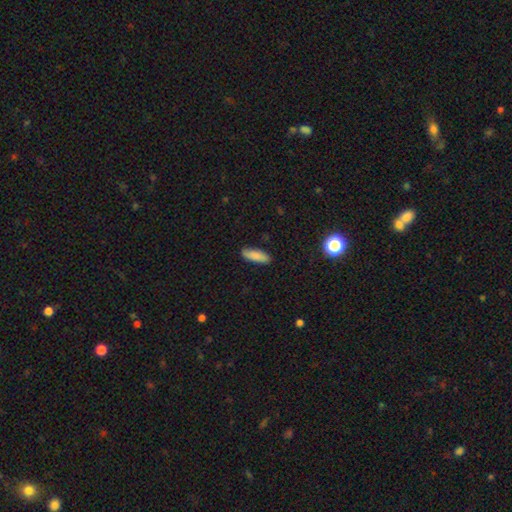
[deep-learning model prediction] smooth-or-featured: smooth: 86% | featured or disk: 7% | star or artifact: 7%
  how-rounded: in between: 52% | cigar-shaped: 46% | round: 2%
  merging: none: 87% | minor disturbance: 10% | major disturbance: 2% | merger: 1%